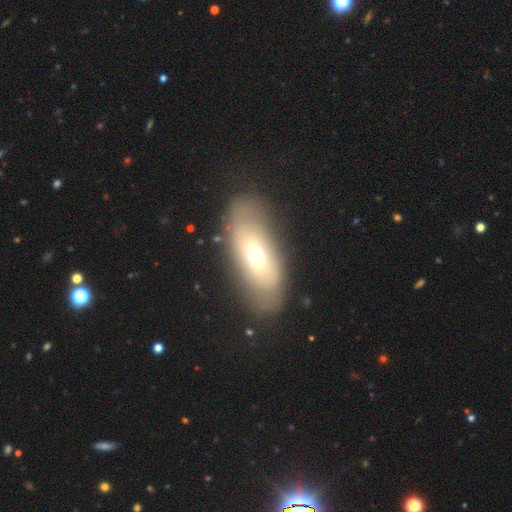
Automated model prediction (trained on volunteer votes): smooth-or-featured: smooth: 46% | featured or disk: 45% | star or artifact: 8%
  merging: none: 78% | minor disturbance: 15% | major disturbance: 6% | merger: 2%